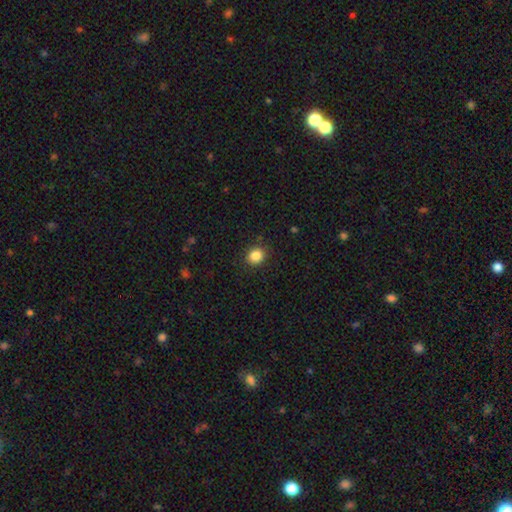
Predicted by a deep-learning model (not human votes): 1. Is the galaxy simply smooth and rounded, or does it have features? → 85% smooth, 10% star or artifact, 4% featured or disk.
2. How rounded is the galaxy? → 74% round, 26% in between, 1% cigar-shaped.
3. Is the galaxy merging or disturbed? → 89% none, 7% minor disturbance, 2% major disturbance, 1% merger.